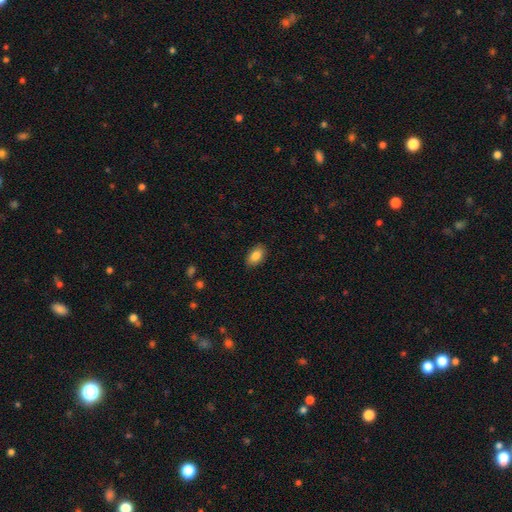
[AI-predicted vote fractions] Overall: smooth (85%). How rounded: in between (92%). Merging: none (87%).